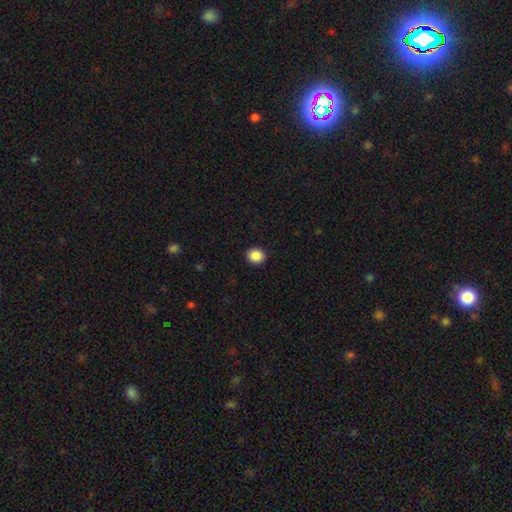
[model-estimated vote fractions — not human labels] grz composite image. It shows a smooth galaxy with no disk features (88%) that is round (82%). Merging: none (92%).